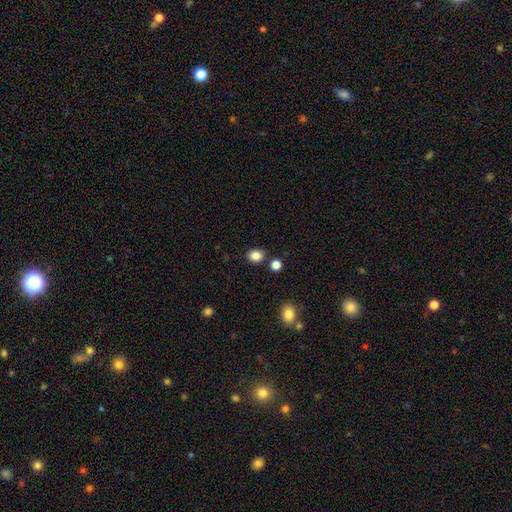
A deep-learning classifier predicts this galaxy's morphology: Smooth or featured: smooth — 85% (star or artifact — 11%)
How rounded: round — 51% (in between — 48%)
Merging: none — 83% (minor disturbance — 9%)